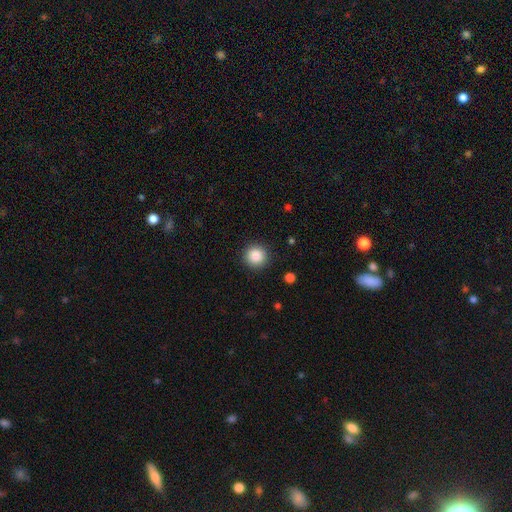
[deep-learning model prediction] Q: Smooth or featured?
A: smooth (87%); runner-up: star or artifact (9%)
Q: How rounded?
A: round (95%); runner-up: in between (4%)
Q: Merging?
A: none (91%); runner-up: minor disturbance (6%)